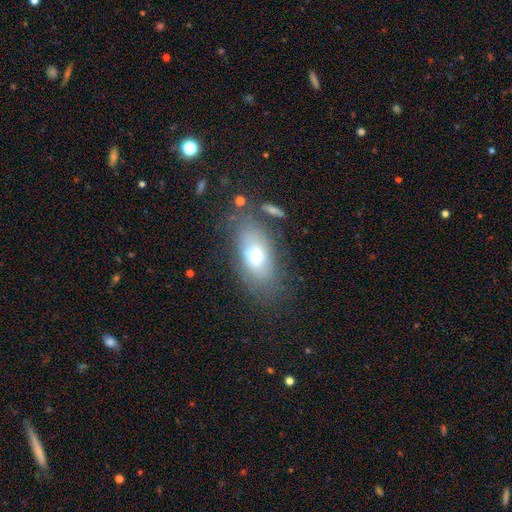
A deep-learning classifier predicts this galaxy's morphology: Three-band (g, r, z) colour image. It shows a smooth galaxy with no disk features (63%) that is in between round and cigar-shaped (87%). Merging: none (66%).